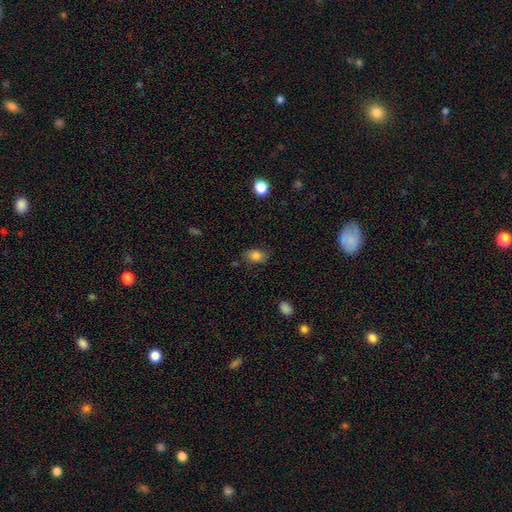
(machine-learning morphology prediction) Smooth or featured?
  - smooth: 84% *
  - star or artifact: 10%
  - featured or disk: 7%
How rounded?
  - in between: 83% *
  - round: 15%
  - cigar-shaped: 2%
Merging?
  - none: 78% *
  - minor disturbance: 16%
  - major disturbance: 4%
  - merger: 2%